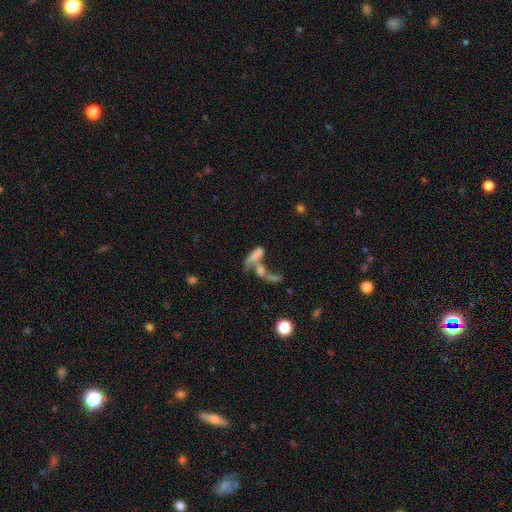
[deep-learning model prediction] smooth 54%, featured or disk 31%, star or artifact 15%. Down the decision tree: how rounded — in between (60%); merging — merger (63%).